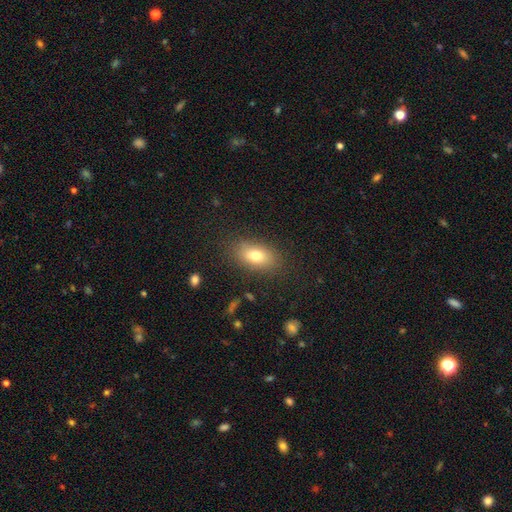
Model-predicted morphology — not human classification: Overall: smooth (75%). How rounded: in between (85%). Merging: none (83%).